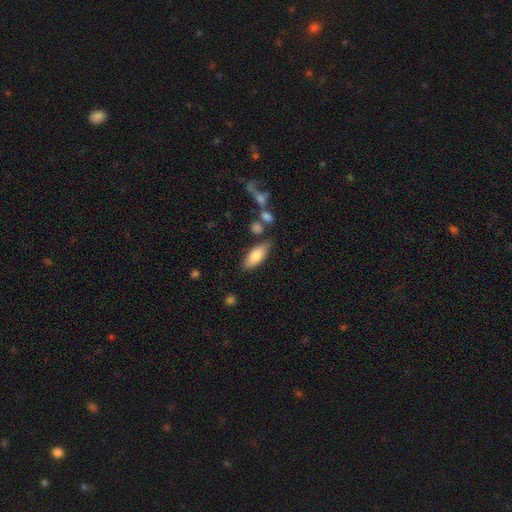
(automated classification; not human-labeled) Smooth or featured? smooth (76%)
How rounded? in between (75%)
Merging? none (78%)